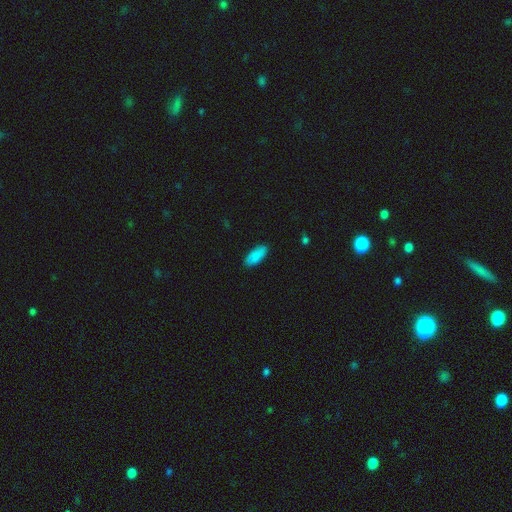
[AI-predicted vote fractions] smooth_or_featured: smooth (p=0.88) [alt: star or artifact p=0.07]
how_rounded: in between (p=0.81) [alt: cigar-shaped p=0.18]
merging: none (p=0.85) [alt: minor disturbance p=0.12]